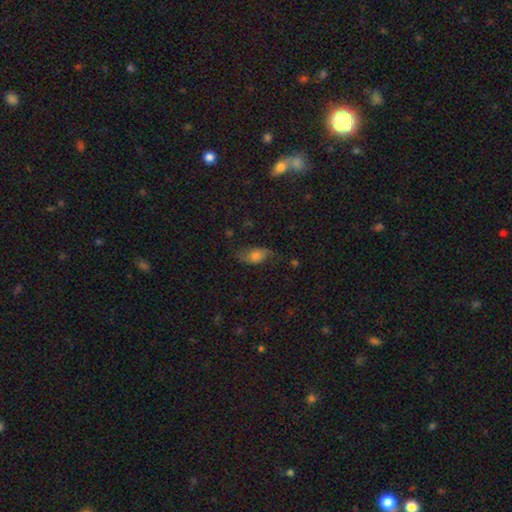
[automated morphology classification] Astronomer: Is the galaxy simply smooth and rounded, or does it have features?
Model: smooth — 48% (runner-up: featured or disk, 39%).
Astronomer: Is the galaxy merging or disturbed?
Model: none — 62%.